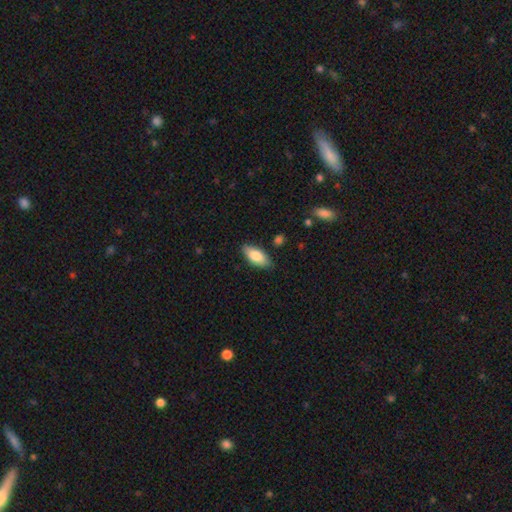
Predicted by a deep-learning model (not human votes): Q: Smooth or featured?
A: smooth (80%); runner-up: featured or disk (13%)
Q: How rounded?
A: in between (87%); runner-up: cigar-shaped (11%)
Q: Merging?
A: none (83%); runner-up: minor disturbance (13%)